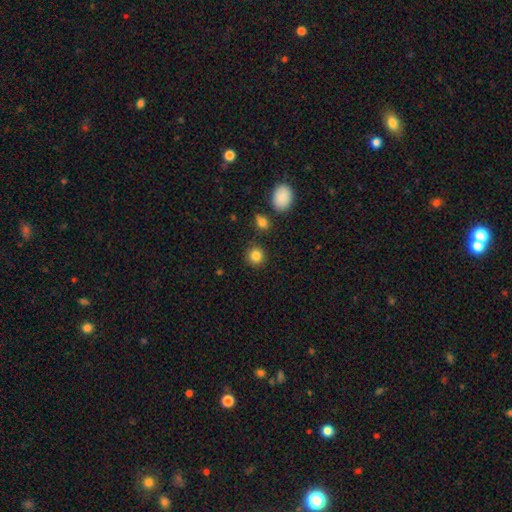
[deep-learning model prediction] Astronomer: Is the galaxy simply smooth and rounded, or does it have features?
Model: smooth — 85%.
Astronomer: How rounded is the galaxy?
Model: round — 91%.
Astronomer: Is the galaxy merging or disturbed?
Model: none — 88%.